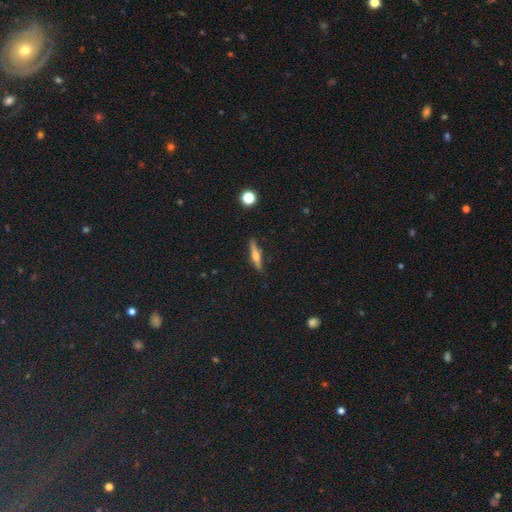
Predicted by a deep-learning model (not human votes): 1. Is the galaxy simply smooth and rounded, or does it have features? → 56% featured or disk, 36% smooth, 8% star or artifact.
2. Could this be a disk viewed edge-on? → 96% yes, 4% no.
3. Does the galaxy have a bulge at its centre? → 85% rounded, 8% boxy, 7% none.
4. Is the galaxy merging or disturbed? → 88% none, 8% minor disturbance, 2% major disturbance, 2% merger.